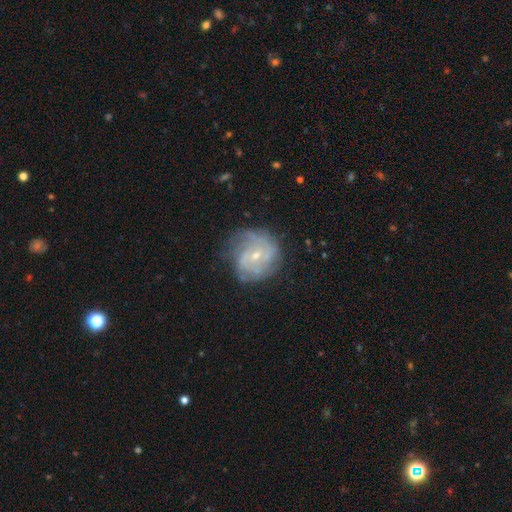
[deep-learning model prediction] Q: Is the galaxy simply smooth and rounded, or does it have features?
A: featured or disk — 74%.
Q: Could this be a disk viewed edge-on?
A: no — 97%.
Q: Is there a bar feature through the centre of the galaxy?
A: no — 59%.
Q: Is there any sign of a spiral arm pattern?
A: yes — 86%.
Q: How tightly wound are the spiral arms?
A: tight — 51%.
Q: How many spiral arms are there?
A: can't tell — 44%.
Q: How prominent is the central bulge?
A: small — 70%.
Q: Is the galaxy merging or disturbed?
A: none — 68%.